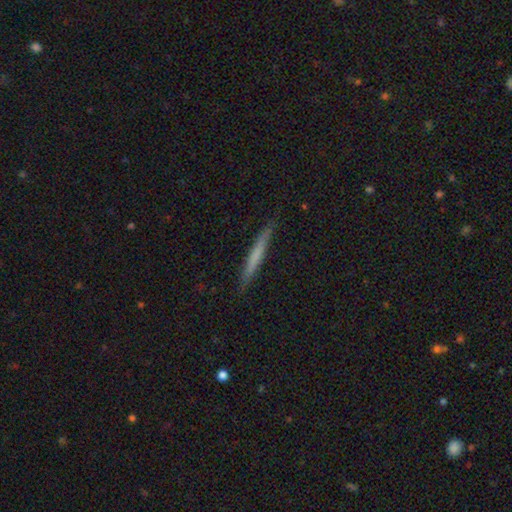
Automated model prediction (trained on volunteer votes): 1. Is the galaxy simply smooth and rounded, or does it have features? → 56% smooth, 38% featured or disk, 6% star or artifact.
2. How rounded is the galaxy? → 96% cigar-shaped, 2% in between, 1% round.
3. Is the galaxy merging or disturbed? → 89% none, 8% minor disturbance, 2% major disturbance, 1% merger.